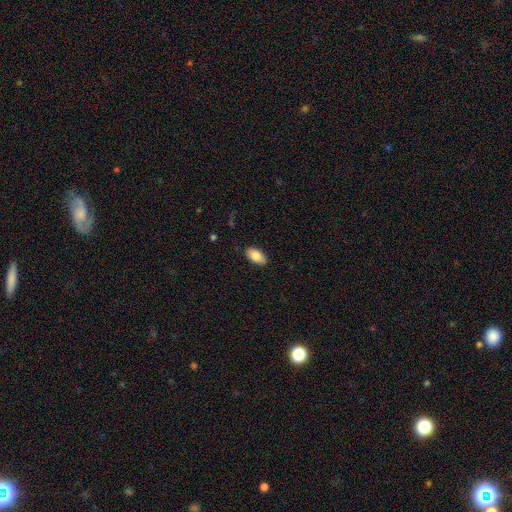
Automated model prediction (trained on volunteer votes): A smooth galaxy with no disk features (83%) that is in between round and cigar-shaped (94%). Merging: none (88%).